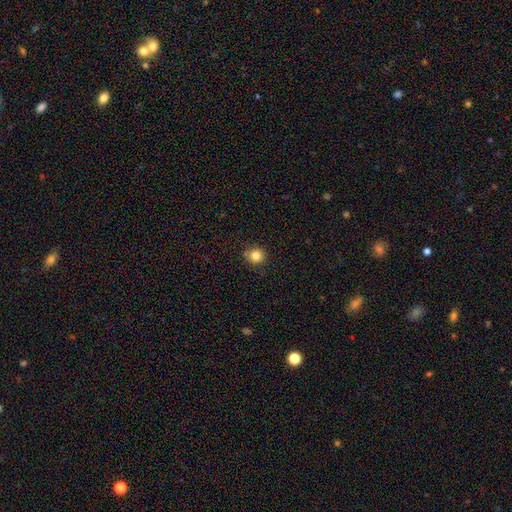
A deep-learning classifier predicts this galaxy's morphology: Smooth or featured? Predicted: smooth (p=0.83). How rounded? Predicted: round (p=0.91). Merging? Predicted: none (p=0.82).